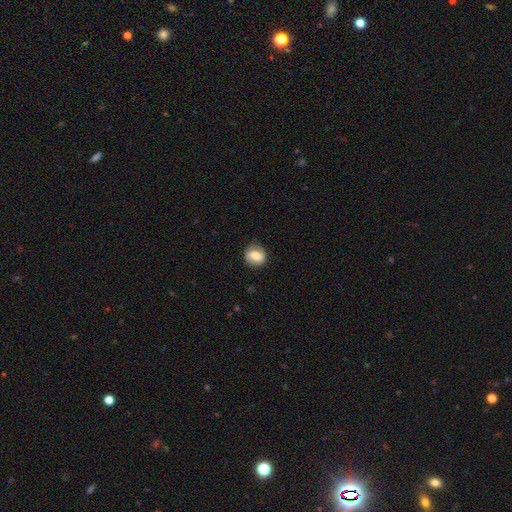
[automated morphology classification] A smooth galaxy with no disk features (52%) that is round (73%).

Vote fractions:
- Smooth or featured? smooth: 52% / featured or disk: 40% / star or artifact: 8%
- How rounded? round: 73% / in between: 25% / cigar-shaped: 1%
- Merging? none: 80% / minor disturbance: 14% / major disturbance: 4% / merger: 1%